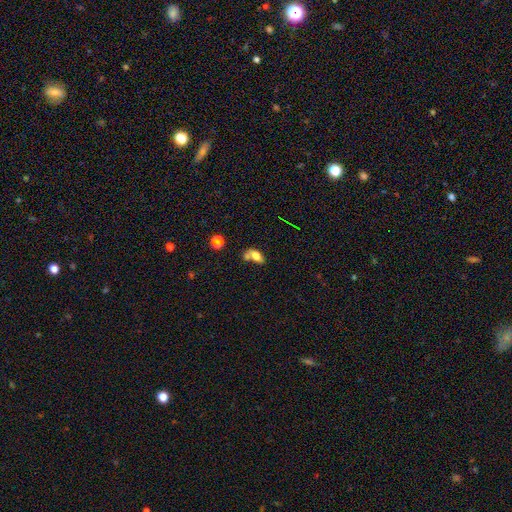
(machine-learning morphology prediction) A smooth galaxy with no disk features (71%) that is in between round and cigar-shaped (86%). Merging: merger (45%).